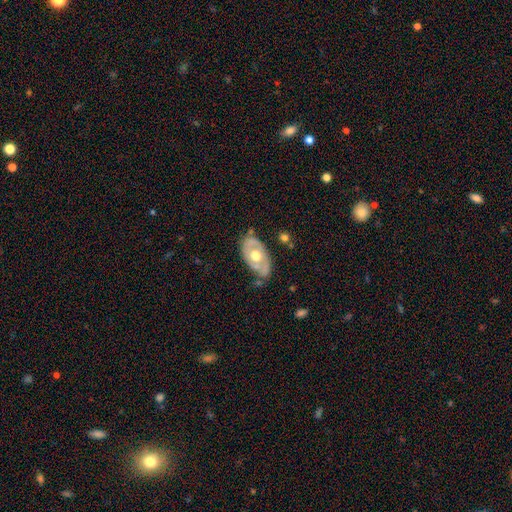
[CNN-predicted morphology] Overall: featured or disk (61%; smooth 34%). Edge-on disk: no (88%). Bar: no (88%). Spiral arms: no (74%). Bulge size: moderate (68%). Merging: none (61%; minor disturbance 27%).